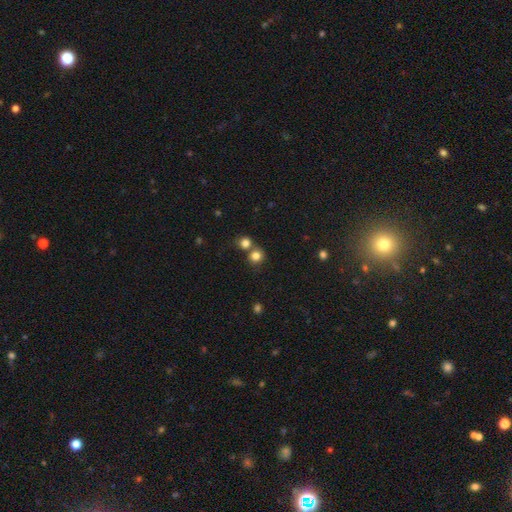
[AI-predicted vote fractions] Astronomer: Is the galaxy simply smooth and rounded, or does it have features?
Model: smooth — 81%.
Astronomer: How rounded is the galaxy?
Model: round — 88%.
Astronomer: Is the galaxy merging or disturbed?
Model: none — 58%.